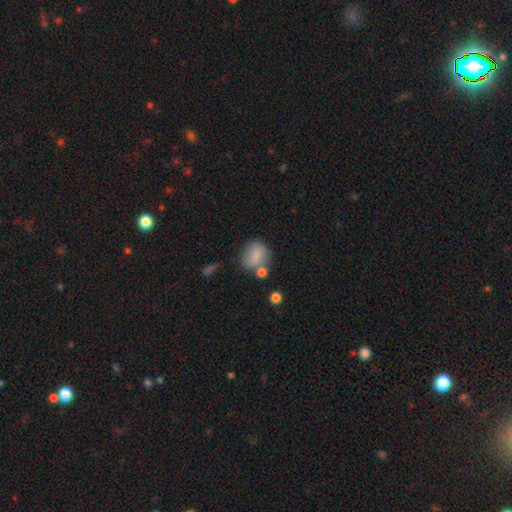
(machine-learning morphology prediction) The model was most divided on "how rounded": round: 63%, in between: 36%, cigar-shaped: 2%. More confident: smooth or featured — smooth (77%); merging — none (51%).